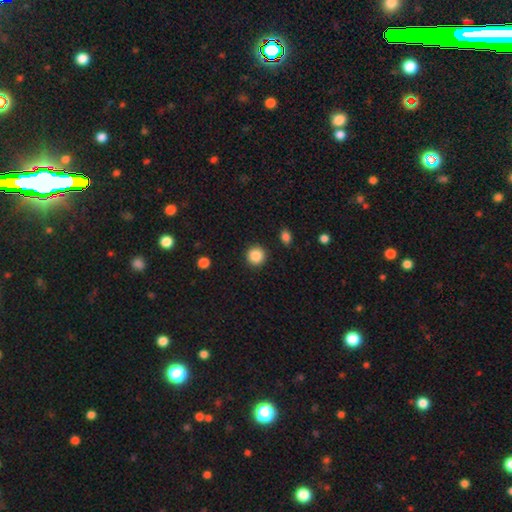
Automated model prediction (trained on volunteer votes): The model was most divided on "smooth or featured": smooth: 87%, star or artifact: 9%, featured or disk: 4%. More confident: how rounded — round (94%); merging — none (92%).